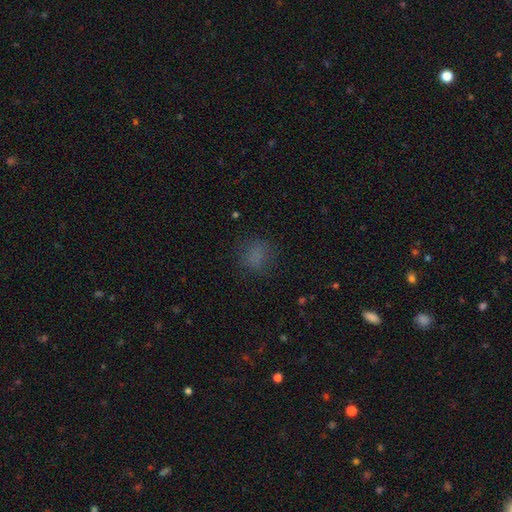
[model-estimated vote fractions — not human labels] Smooth or featured: smooth — 74% (star or artifact — 18%)
How rounded: round — 75% (in between — 24%)
Merging: none — 77% (minor disturbance — 15%)